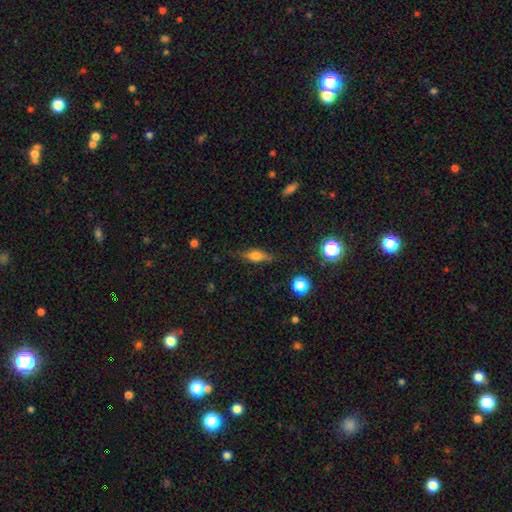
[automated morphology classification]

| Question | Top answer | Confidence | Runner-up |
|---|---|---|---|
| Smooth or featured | smooth | 60% | featured or disk (30%) |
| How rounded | in between | 62% | cigar-shaped (31%) |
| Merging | none | 71% | minor disturbance (21%) |